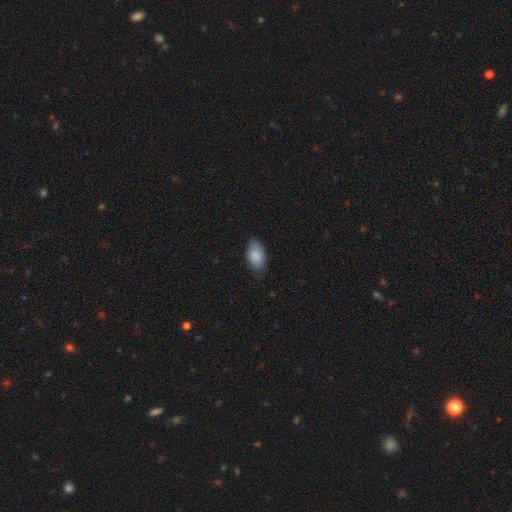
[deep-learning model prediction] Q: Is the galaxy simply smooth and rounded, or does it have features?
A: smooth — 86%.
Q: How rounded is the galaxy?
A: in between — 94%.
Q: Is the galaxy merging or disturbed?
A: none — 74%.